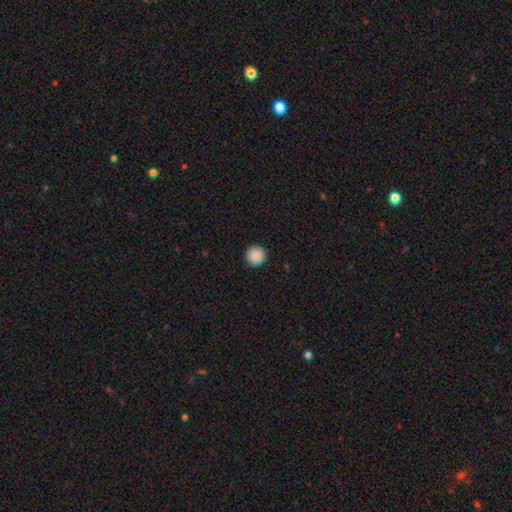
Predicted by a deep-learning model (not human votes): Smooth or featured: smooth — 89% (star or artifact — 9%)
How rounded: round — 96% (in between — 3%)
Merging: none — 93% (minor disturbance — 5%)